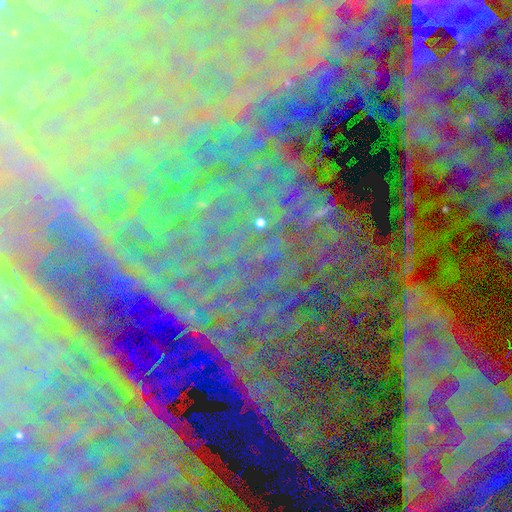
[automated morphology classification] Smooth or featured? Predicted: star or artifact (p=0.85).